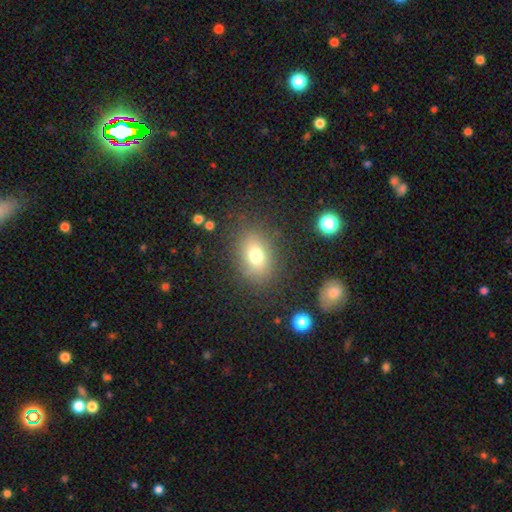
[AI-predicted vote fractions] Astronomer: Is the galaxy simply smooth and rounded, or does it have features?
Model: smooth — 73%.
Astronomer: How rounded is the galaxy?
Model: in between — 72%.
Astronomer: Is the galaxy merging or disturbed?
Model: none — 82%.